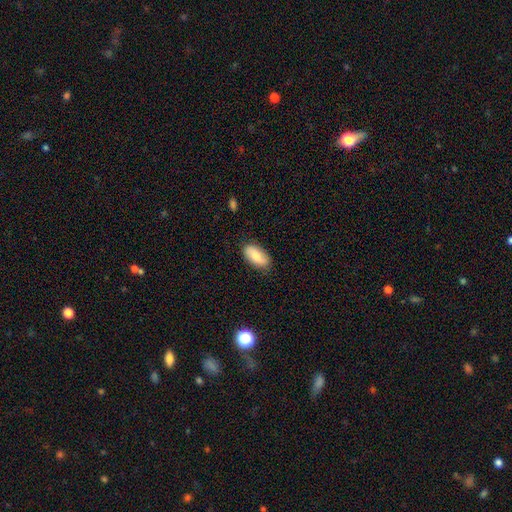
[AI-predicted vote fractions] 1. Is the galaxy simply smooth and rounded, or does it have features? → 74% smooth, 19% featured or disk, 6% star or artifact.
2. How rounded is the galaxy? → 93% in between, 4% cigar-shaped, 3% round.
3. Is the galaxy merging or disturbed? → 82% none, 14% minor disturbance, 3% major disturbance, 1% merger.